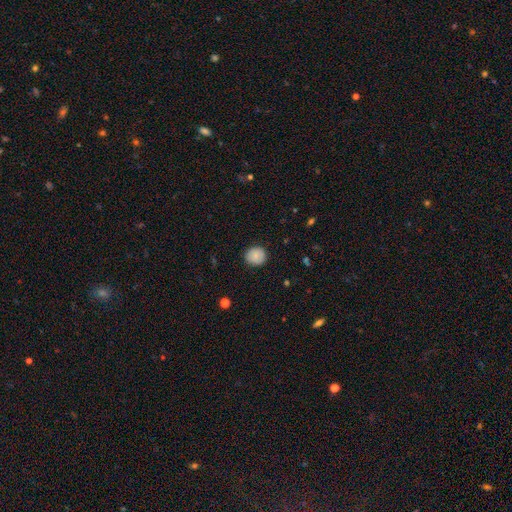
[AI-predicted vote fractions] A smooth galaxy with no disk features (87%) that is round (88%). Merging: none (89%).